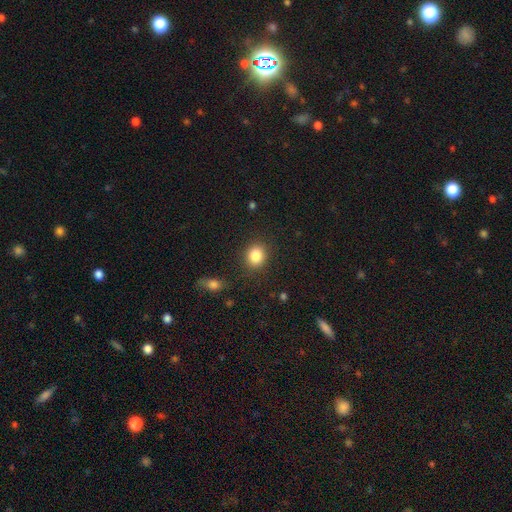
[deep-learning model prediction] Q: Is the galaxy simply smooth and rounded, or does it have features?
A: smooth — 85%.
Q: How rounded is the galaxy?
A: round — 71%.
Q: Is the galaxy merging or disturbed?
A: none — 86%.